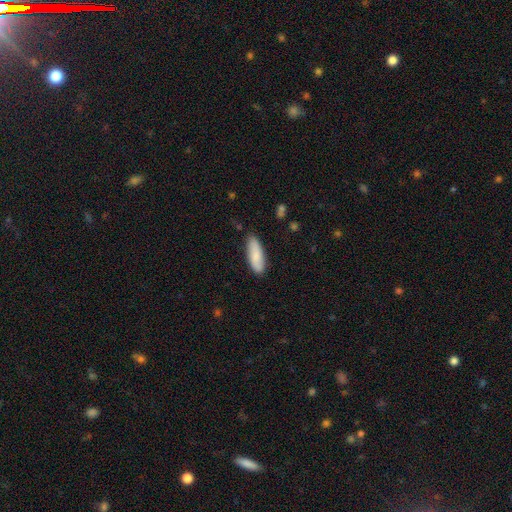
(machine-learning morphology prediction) A smooth galaxy with no disk features (81%) that is in between round and cigar-shaped (63%).

Vote fractions:
- Smooth or featured? smooth: 81% / featured or disk: 14% / star or artifact: 6%
- How rounded? in between: 63% / cigar-shaped: 35% / round: 2%
- Merging? none: 81% / minor disturbance: 15% / major disturbance: 3% / merger: 2%